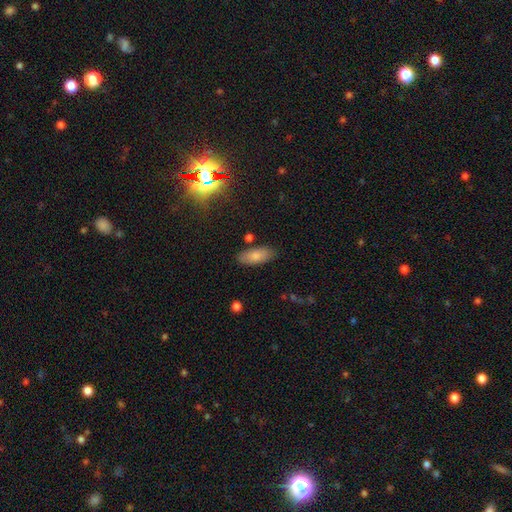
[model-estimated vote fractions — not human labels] Overall: smooth (81%). How rounded: in between (84%). Merging: none (82%).